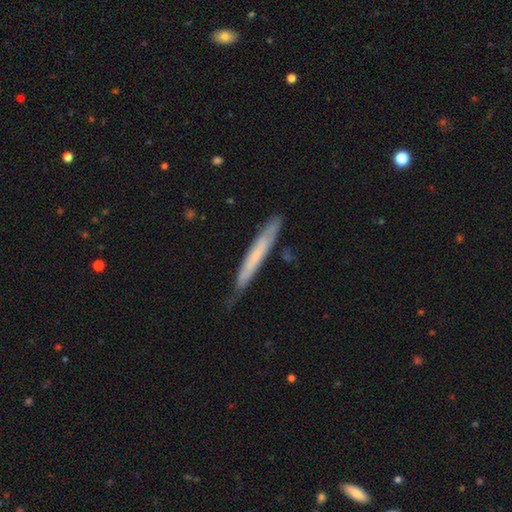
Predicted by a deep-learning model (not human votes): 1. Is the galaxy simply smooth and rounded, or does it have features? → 49% smooth, 45% featured or disk, 6% star or artifact.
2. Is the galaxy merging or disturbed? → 71% none, 23% minor disturbance, 4% major disturbance, 2% merger.